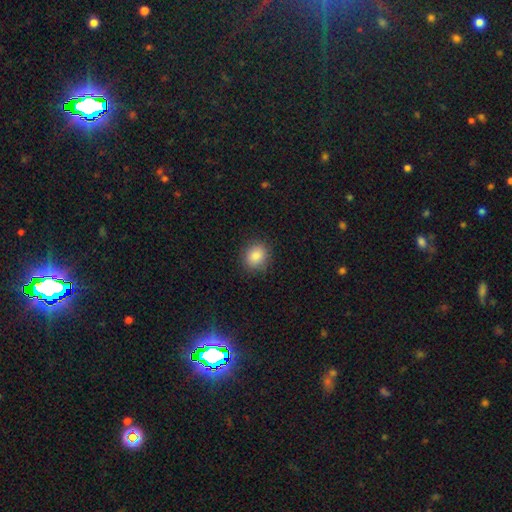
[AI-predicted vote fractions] Q: Smooth or featured?
A: smooth (86%); runner-up: star or artifact (9%)
Q: How rounded?
A: round (75%); runner-up: in between (25%)
Q: Merging?
A: none (87%); runner-up: minor disturbance (9%)